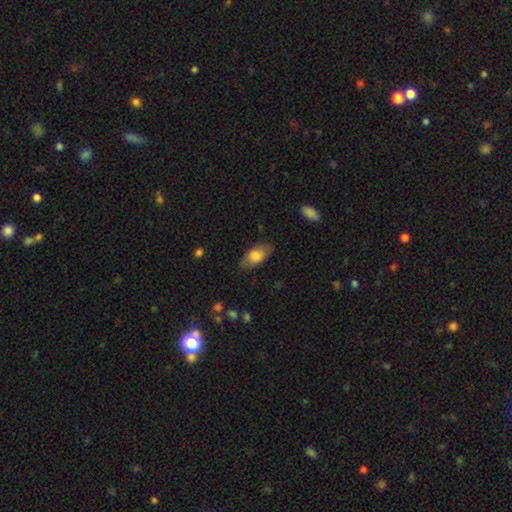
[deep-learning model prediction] smooth_or_featured: smooth (p=0.78) [alt: featured or disk p=0.16]
how_rounded: in between (p=0.89) [alt: cigar-shaped p=0.08]
merging: none (p=0.76) [alt: minor disturbance p=0.17]